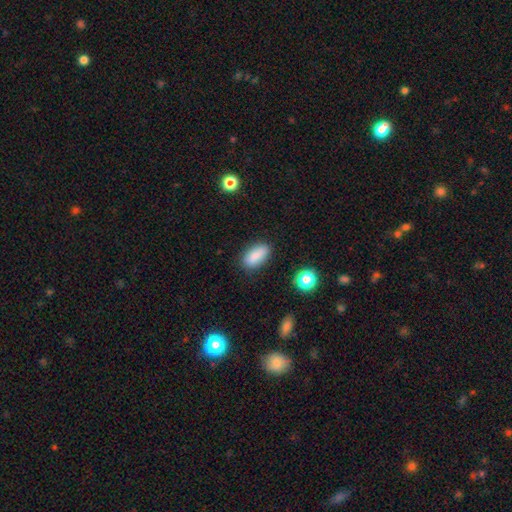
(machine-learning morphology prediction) smooth_or_featured: smooth (p=0.86) [alt: star or artifact p=0.08]
how_rounded: in between (p=0.87) [alt: cigar-shaped p=0.09]
merging: none (p=0.84) [alt: minor disturbance p=0.12]